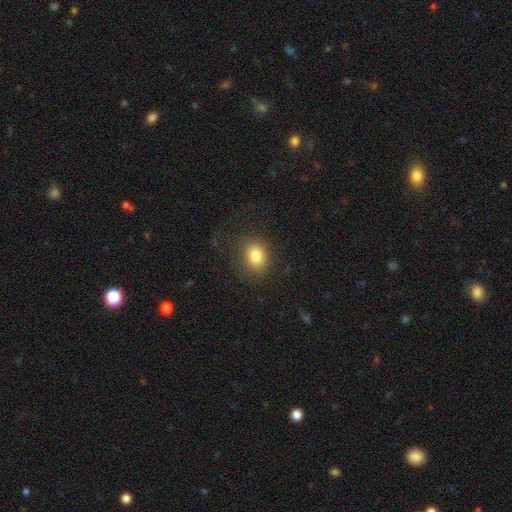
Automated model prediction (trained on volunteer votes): Smooth or featured? Predicted: smooth (p=0.82). How rounded? Predicted: in between (p=0.63). Merging? Predicted: none (p=0.75).